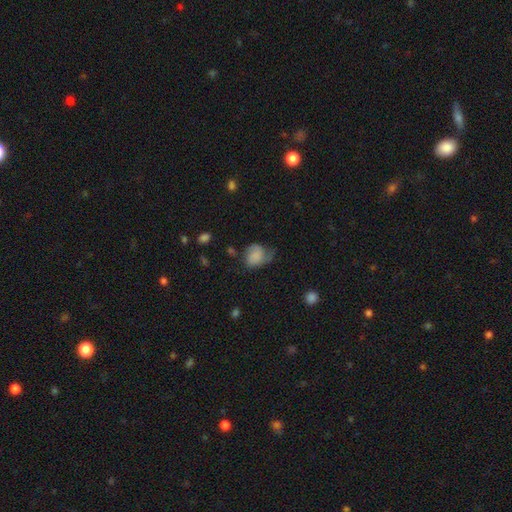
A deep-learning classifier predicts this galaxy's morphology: type=smooth (69%); roundness=in between (56%); merging=minor disturbance (36%).